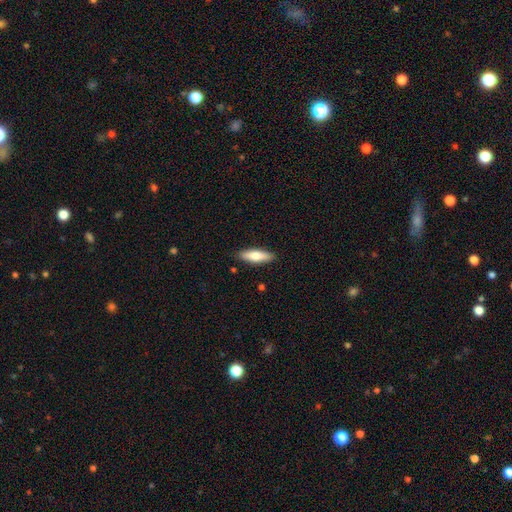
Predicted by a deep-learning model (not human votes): This is likely a smooth galaxy (72%). How rounded: possibly cigar-shaped (53%). Merging: clearly none (88%).